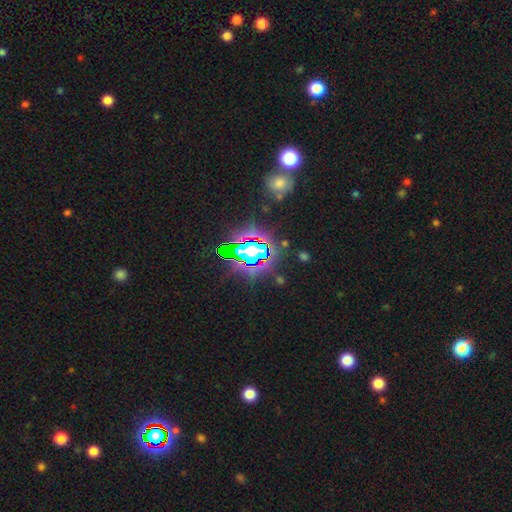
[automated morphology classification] Q: Smooth or featured?
A: star or artifact (76%); runner-up: smooth (12%)